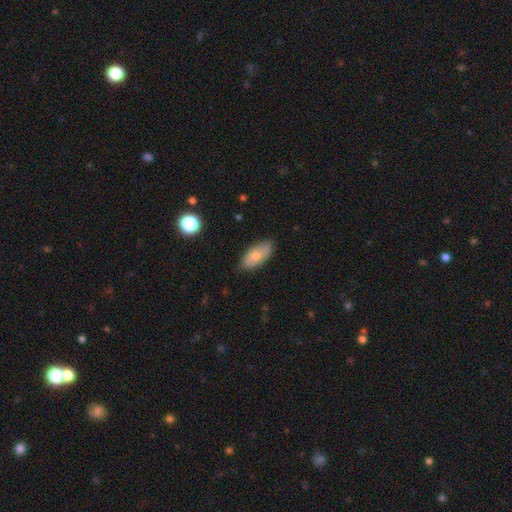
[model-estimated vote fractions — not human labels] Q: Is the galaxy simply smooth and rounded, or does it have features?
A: smooth — 72%.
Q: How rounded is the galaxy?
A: in between — 91%.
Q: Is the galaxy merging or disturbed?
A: none — 76%.